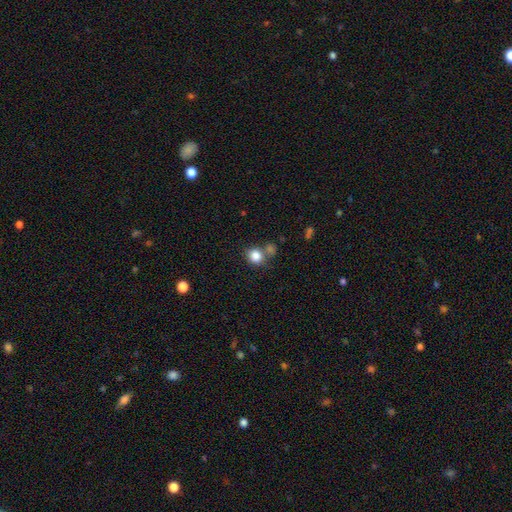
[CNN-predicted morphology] Smooth or featured? smooth (84%)
How rounded? round (79%)
Merging? none (60%)